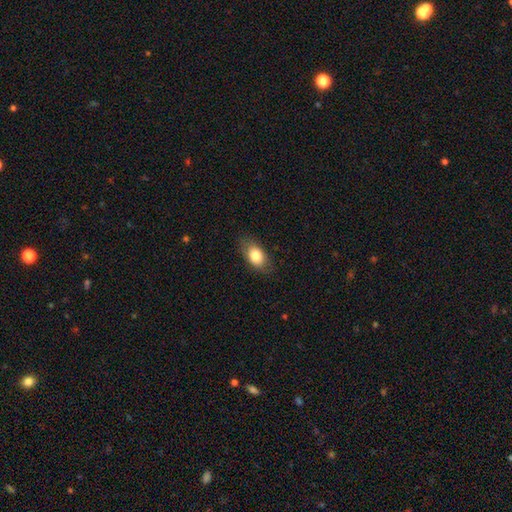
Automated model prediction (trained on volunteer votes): smooth-or-featured: smooth: 80% | featured or disk: 13% | star or artifact: 7%
  how-rounded: in between: 87% | round: 11% | cigar-shaped: 3%
  merging: none: 80% | minor disturbance: 15% | major disturbance: 4% | merger: 1%